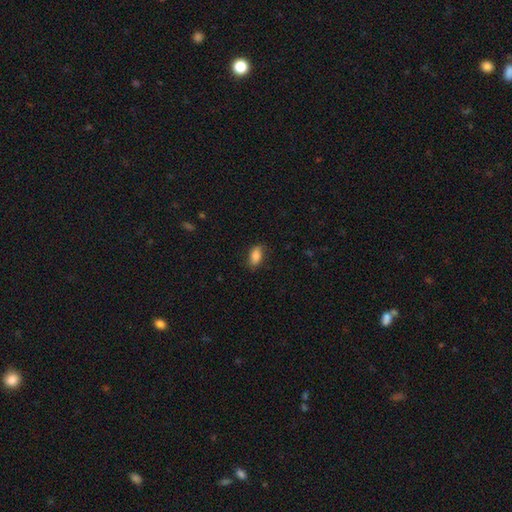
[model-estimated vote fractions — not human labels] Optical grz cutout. It shows a smooth galaxy with no disk features (83%) that is in between round and cigar-shaped (90%). Merging: none (79%).